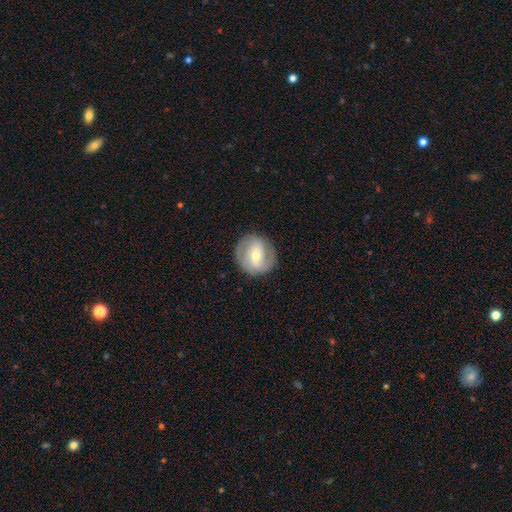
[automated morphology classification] Smooth or featured? Predicted: featured or disk (p=0.71). Edge-on disk? Predicted: no (p=0.97). Bar? Predicted: weak (p=0.47). Spiral arms? Predicted: yes (p=0.83). Spiral winding? Predicted: tight (p=0.44). Spiral arm count? Predicted: 2 (p=0.71). Bulge size? Predicted: moderate (p=0.59). Merging? Predicted: none (p=0.83).